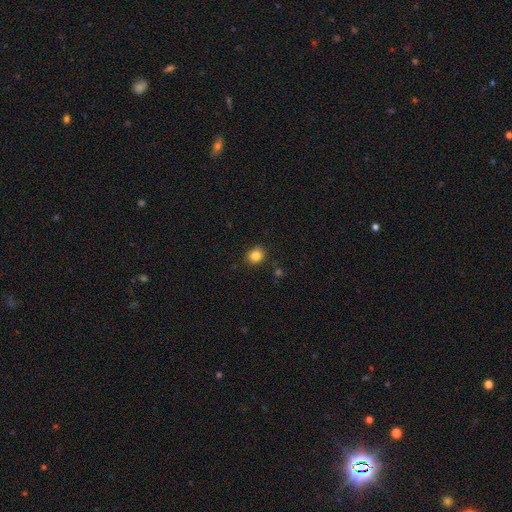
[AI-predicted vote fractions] Smooth or featured?
  - smooth: 85% *
  - star or artifact: 11%
  - featured or disk: 5%
How rounded?
  - round: 69% *
  - in between: 30%
  - cigar-shaped: 1%
Merging?
  - none: 87% *
  - minor disturbance: 9%
  - major disturbance: 2%
  - merger: 2%